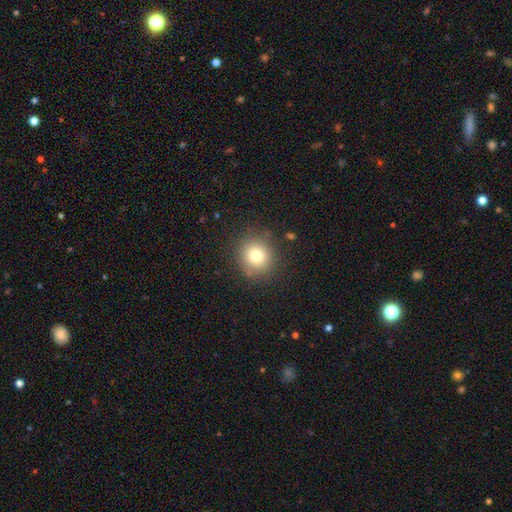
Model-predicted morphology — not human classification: Overall: smooth (75%). How rounded: round (91%). Merging: none (88%).